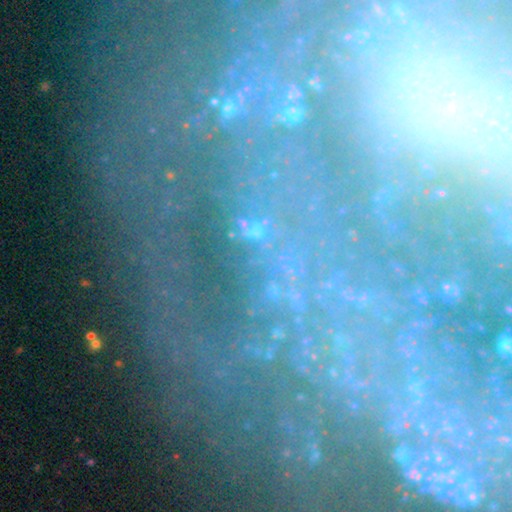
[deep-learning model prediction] This is likely a star or artifact rather than a galaxy (66%).